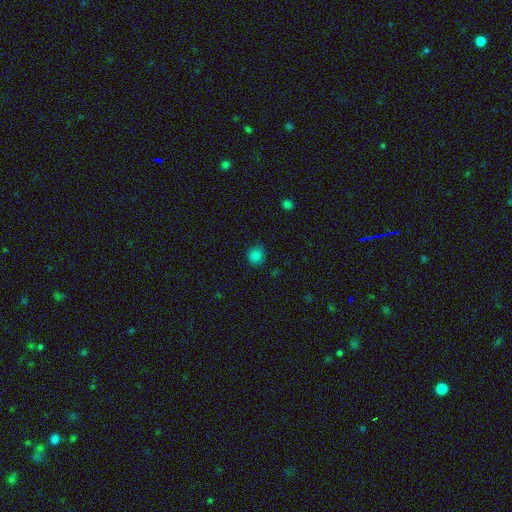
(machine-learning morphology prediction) smooth 83%, star or artifact 14%, featured or disk 4%. Down the decision tree: how rounded — round (86%); merging — none (78%).